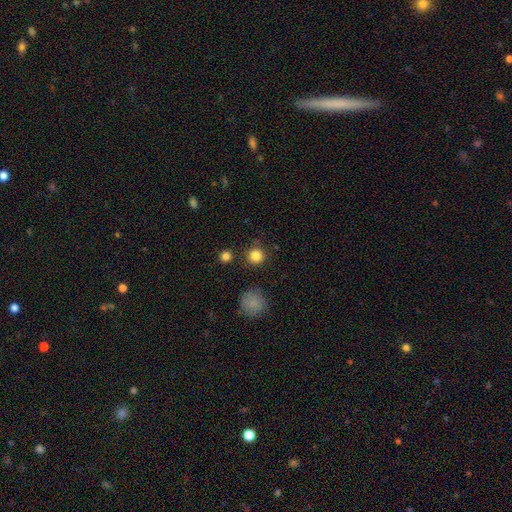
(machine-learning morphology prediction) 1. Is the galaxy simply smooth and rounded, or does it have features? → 83% smooth, 13% star or artifact, 4% featured or disk.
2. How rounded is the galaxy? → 95% round, 5% in between, 1% cigar-shaped.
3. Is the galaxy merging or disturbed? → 86% none, 8% minor disturbance, 4% merger, 3% major disturbance.